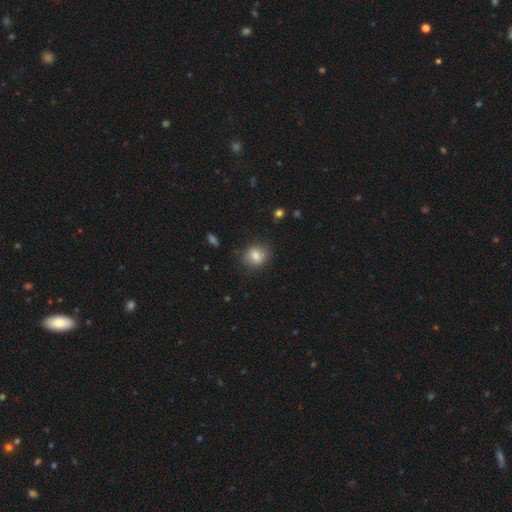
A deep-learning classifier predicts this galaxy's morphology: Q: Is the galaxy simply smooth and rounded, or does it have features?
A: smooth — 81%.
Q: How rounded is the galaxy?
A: round — 65%.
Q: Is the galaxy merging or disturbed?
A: none — 79%.